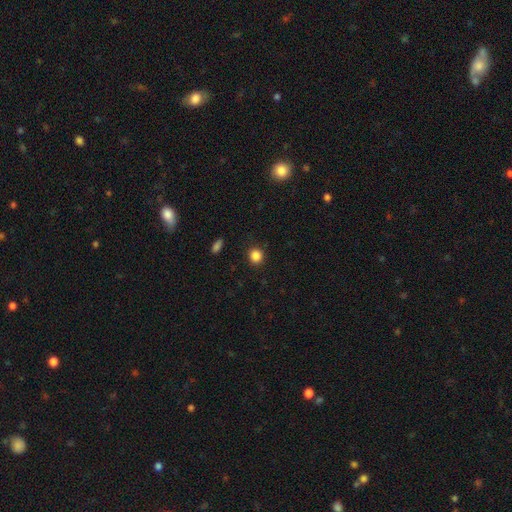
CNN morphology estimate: The model was most divided on "how rounded": round: 87%, in between: 12%, cigar-shaped: 1%. More confident: merging — none (89%); smooth or featured — smooth (86%).